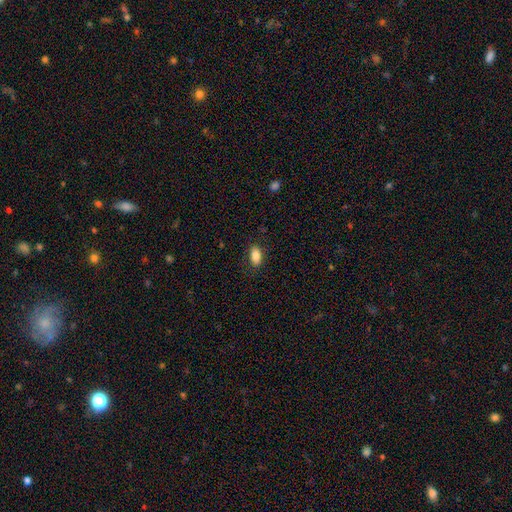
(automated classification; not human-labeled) Smooth or featured? Predicted: smooth (p=0.85). How rounded? Predicted: in between (p=0.90). Merging? Predicted: none (p=0.85).